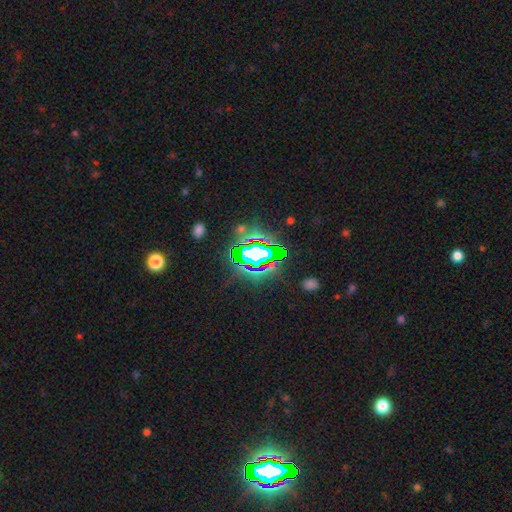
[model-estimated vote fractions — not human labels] Morphology: type=star or artifact (71%).